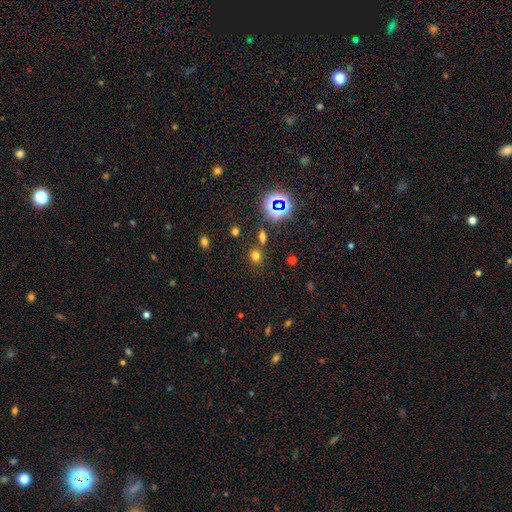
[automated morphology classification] This appears to be a smooth galaxy with no disk features (62%) that is round (75%). Merging: none (75%).